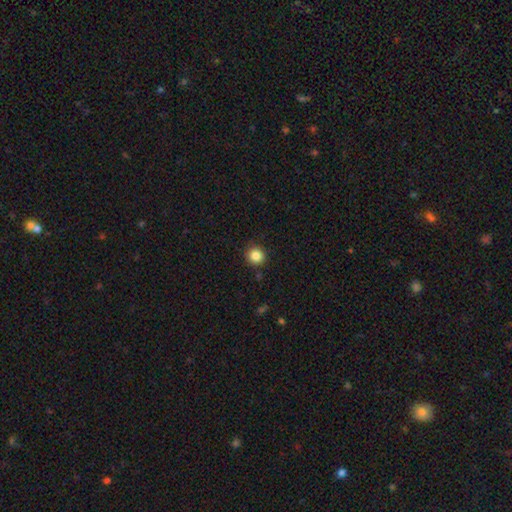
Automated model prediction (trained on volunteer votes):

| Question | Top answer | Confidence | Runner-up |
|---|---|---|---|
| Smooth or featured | smooth | 85% | star or artifact (11%) |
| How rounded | round | 93% | in between (6%) |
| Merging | none | 91% | minor disturbance (6%) |